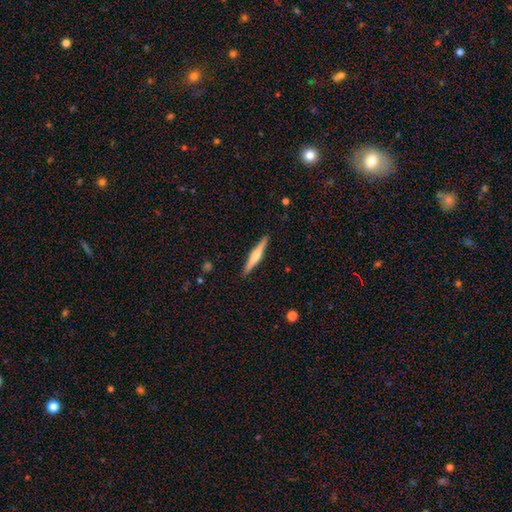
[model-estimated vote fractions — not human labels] Morphology: type=featured or disk (60%); edge-on=yes (98%); edge-on bulge=rounded (81%); merging=none (91%).